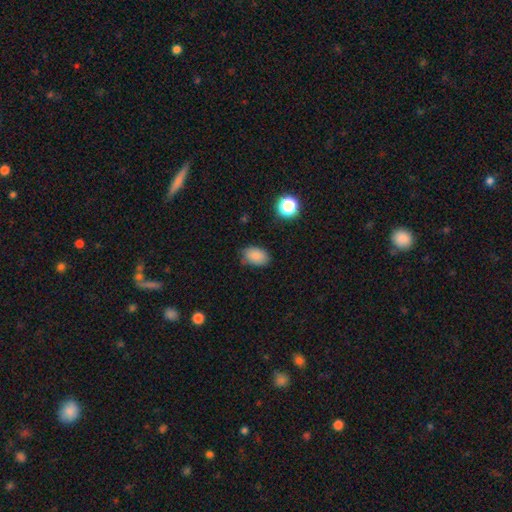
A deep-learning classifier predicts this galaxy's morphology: The model was most divided on "merging": none: 76%, minor disturbance: 19%, major disturbance: 4%, merger: 2%. More confident: smooth or featured — smooth (86%); how rounded — in between (84%).